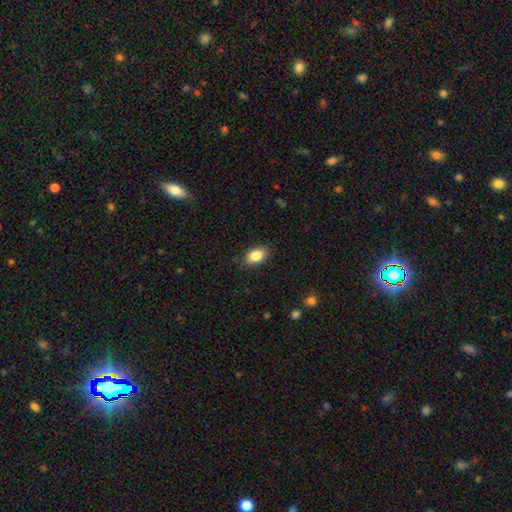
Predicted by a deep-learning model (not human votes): smooth_or_featured: smooth (p=0.86) [alt: star or artifact p=0.08]
how_rounded: in between (p=0.89) [alt: round p=0.10]
merging: none (p=0.87) [alt: minor disturbance p=0.10]